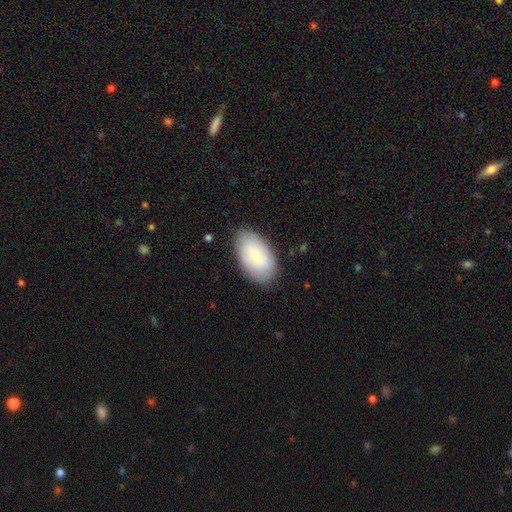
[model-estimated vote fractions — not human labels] Morphology: type=smooth (66%); roundness=in between (94%); merging=none (83%).